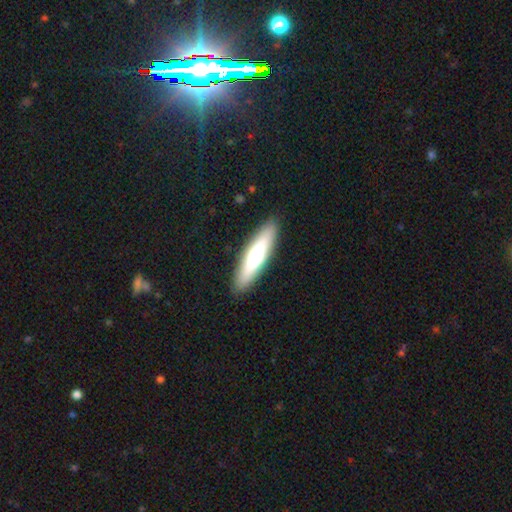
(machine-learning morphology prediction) Smooth or featured? Predicted: smooth (p=0.58). How rounded? Predicted: cigar-shaped (p=0.77). Merging? Predicted: none (p=0.90).